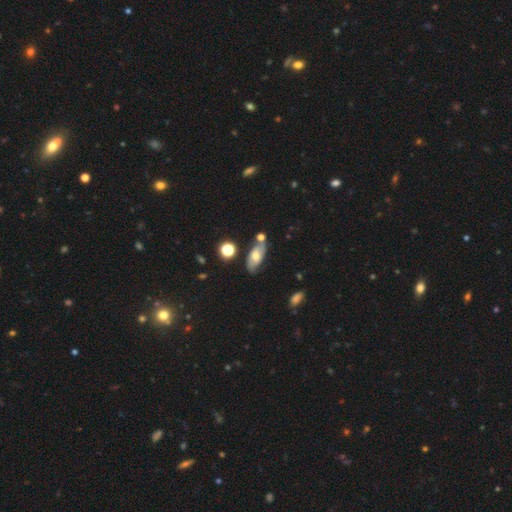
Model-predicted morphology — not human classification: Smooth or featured: featured or disk — 48% (smooth — 42%)
Merging: none — 65% (minor disturbance — 18%)